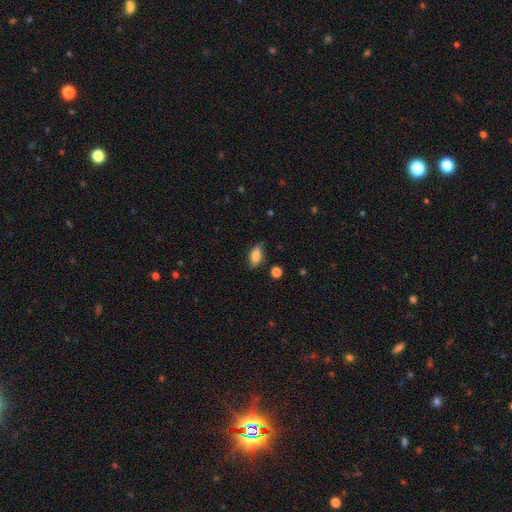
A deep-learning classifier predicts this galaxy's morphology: Smooth or featured: smooth — 73% (featured or disk — 19%)
How rounded: in between — 84% (cigar-shaped — 10%)
Merging: none — 72% (minor disturbance — 22%)